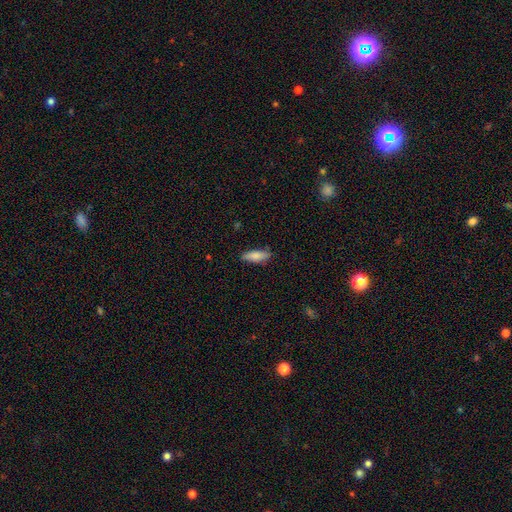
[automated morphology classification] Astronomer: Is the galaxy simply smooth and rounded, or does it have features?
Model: smooth — 83%.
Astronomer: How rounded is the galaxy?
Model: in between — 58% (runner-up: cigar-shaped, 40%).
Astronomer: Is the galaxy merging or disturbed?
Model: none — 83%.